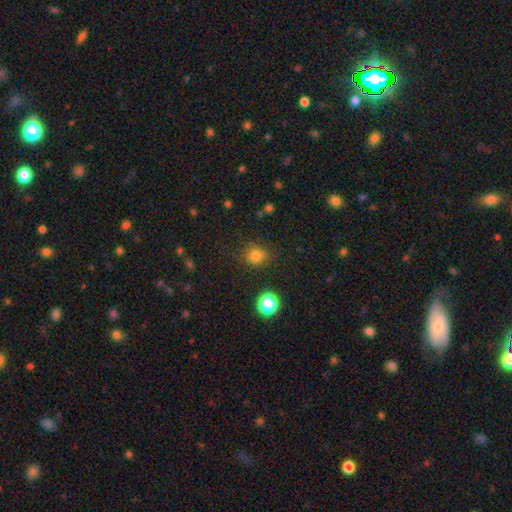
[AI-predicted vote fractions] Morphology: type=smooth (79%); roundness=round (81%); merging=none (81%).